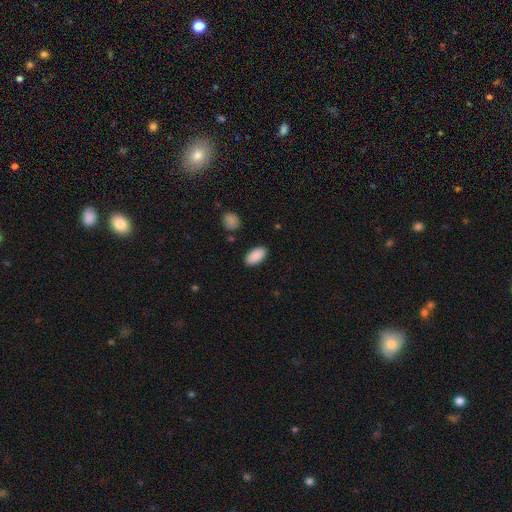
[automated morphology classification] Q: Smooth or featured?
A: smooth (90%); runner-up: star or artifact (7%)
Q: How rounded?
A: in between (94%); runner-up: cigar-shaped (4%)
Q: Merging?
A: none (88%); runner-up: minor disturbance (8%)